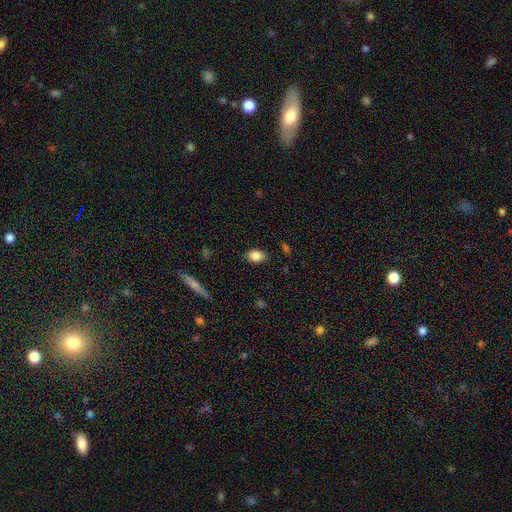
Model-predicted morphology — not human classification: Q: Smooth or featured?
A: smooth (85%); runner-up: star or artifact (9%)
Q: How rounded?
A: in between (76%); runner-up: round (22%)
Q: Merging?
A: none (84%); runner-up: minor disturbance (12%)